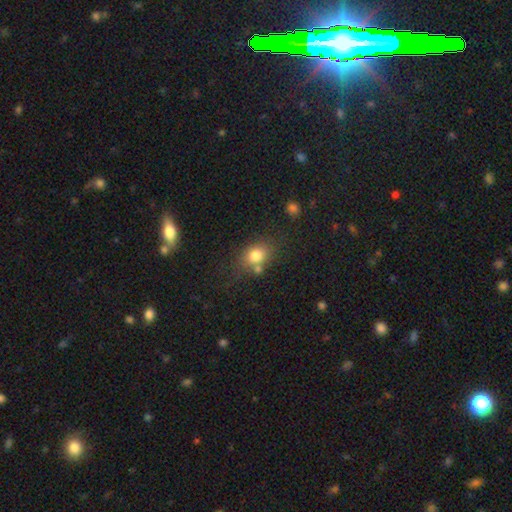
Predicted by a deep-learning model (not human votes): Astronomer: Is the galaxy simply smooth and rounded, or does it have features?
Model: smooth — 78%.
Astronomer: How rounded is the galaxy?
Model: in between — 54% (runner-up: round, 45%).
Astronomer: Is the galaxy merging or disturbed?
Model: none — 61%.